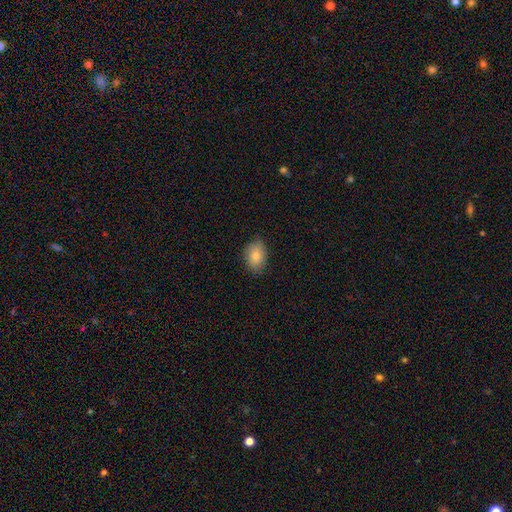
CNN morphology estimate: Smooth or featured?
  - smooth: 82% *
  - featured or disk: 10%
  - star or artifact: 8%
How rounded?
  - in between: 80% *
  - round: 19%
  - cigar-shaped: 1%
Merging?
  - none: 84% *
  - minor disturbance: 13%
  - major disturbance: 2%
  - merger: 1%